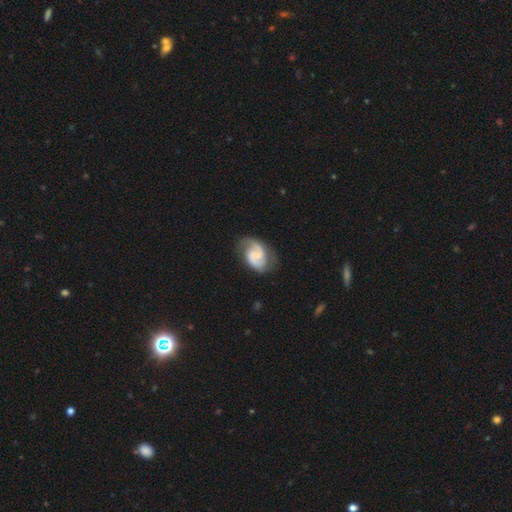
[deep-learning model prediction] Overall: featured or disk (83%). Edge-on disk: no (98%). Bar: weak (53%; no 34%). Spiral arms: yes (96%). Spiral arm count: 2 (88%). Spiral winding: medium (53%; loose 27%). Bulge size: small (48%; moderate 29%). Merging: none (73%).